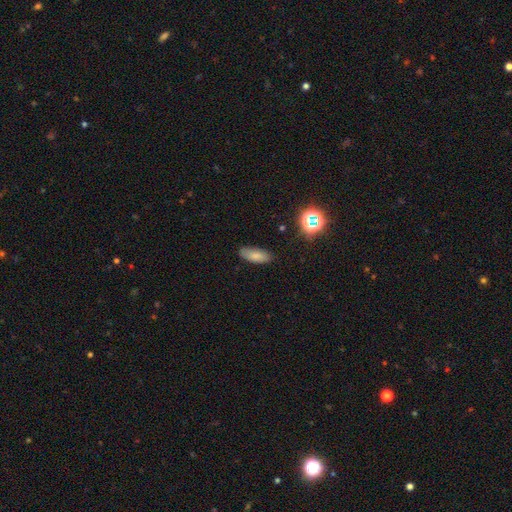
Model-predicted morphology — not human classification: smooth_or_featured: smooth (p=0.79) [alt: star or artifact p=0.11]
how_rounded: in between (p=0.81) [alt: cigar-shaped p=0.16]
merging: none (p=0.83) [alt: minor disturbance p=0.13]